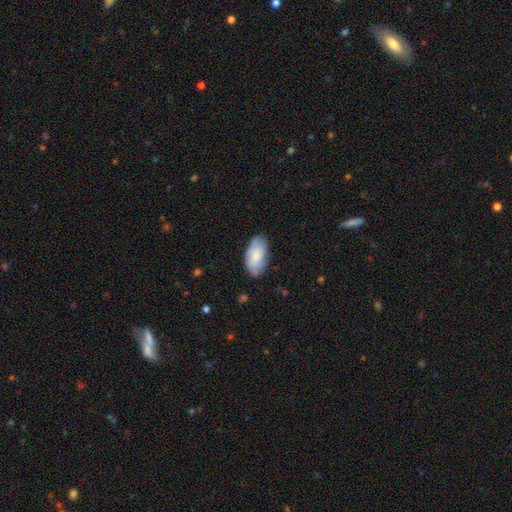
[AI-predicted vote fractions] The model was most divided on "merging": none: 75%, minor disturbance: 20%, major disturbance: 4%, merger: 1%. More confident: how rounded — in between (95%); smooth or featured — smooth (79%).